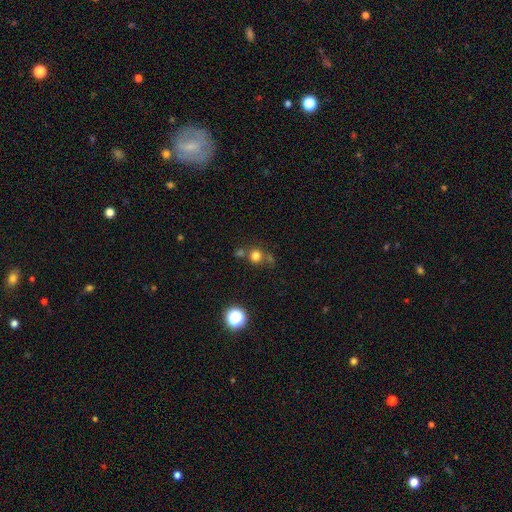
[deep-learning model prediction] Smooth or featured? smooth (74%)
How rounded? round (88%)
Merging? none (59%)